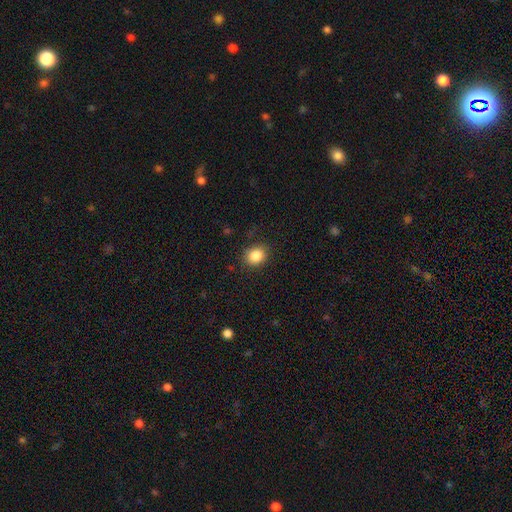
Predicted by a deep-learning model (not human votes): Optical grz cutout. It shows a smooth galaxy with no disk features (85%) that is round (60%). Merging: none (85%).